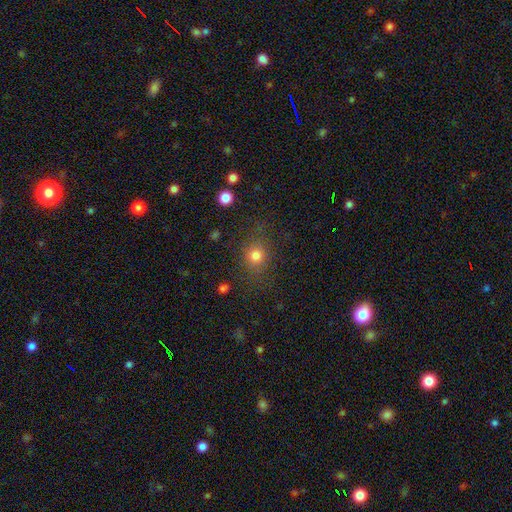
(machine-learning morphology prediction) type=smooth (79%); roundness=round (79%); merging=none (77%).